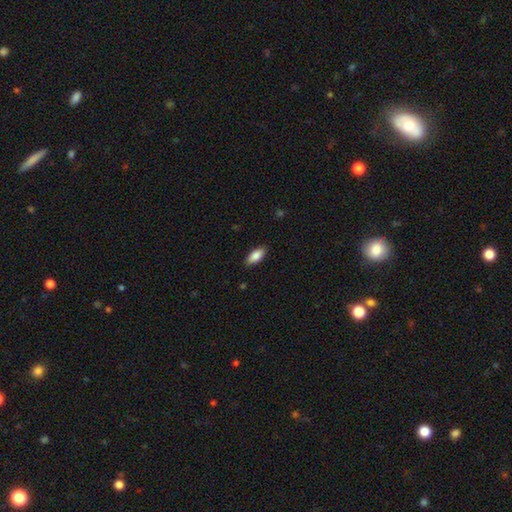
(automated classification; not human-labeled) smooth 85%, featured or disk 9%, star or artifact 6%. Down the decision tree: how rounded — in between (86%); merging — none (87%).